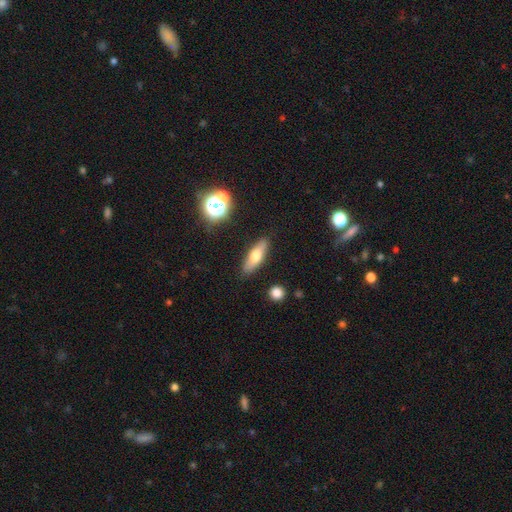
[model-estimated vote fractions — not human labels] A smooth galaxy with no disk features (62%) that is in between round and cigar-shaped (52%).

Vote fractions:
- Smooth or featured? smooth: 62% / featured or disk: 30% / star or artifact: 8%
- How rounded? in between: 52% / cigar-shaped: 45% / round: 3%
- Merging? none: 86% / minor disturbance: 10% / major disturbance: 2% / merger: 2%